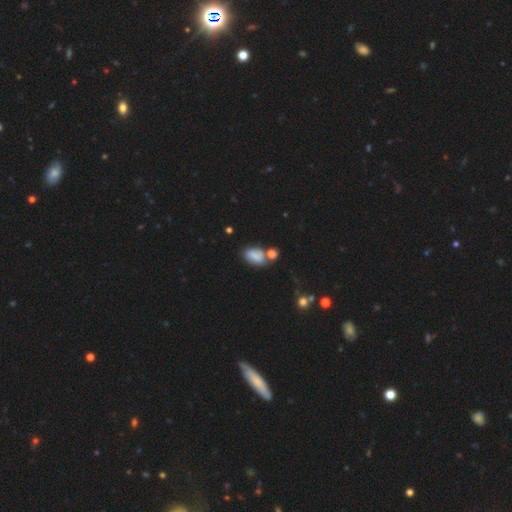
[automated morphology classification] A smooth galaxy with no disk features (69%) that is in between round and cigar-shaped (87%).

Vote fractions:
- Smooth or featured? smooth: 69% / featured or disk: 20% / star or artifact: 11%
- How rounded? in between: 87% / round: 11% / cigar-shaped: 3%
- Merging? none: 50% / merger: 24% / minor disturbance: 20% / major disturbance: 7%